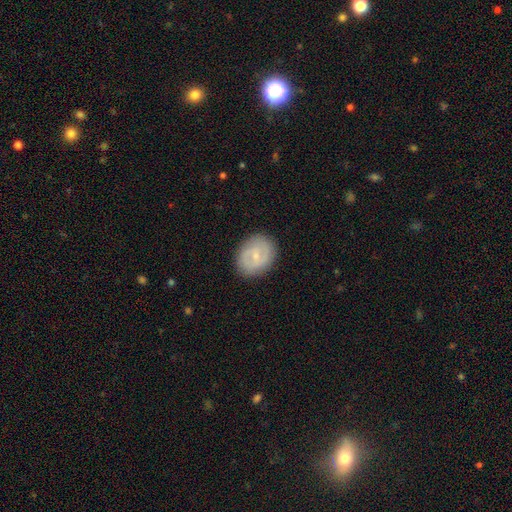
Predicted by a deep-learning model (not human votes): Smooth or featured: featured or disk — 47% (smooth — 46%)
Merging: none — 85% (minor disturbance — 10%)